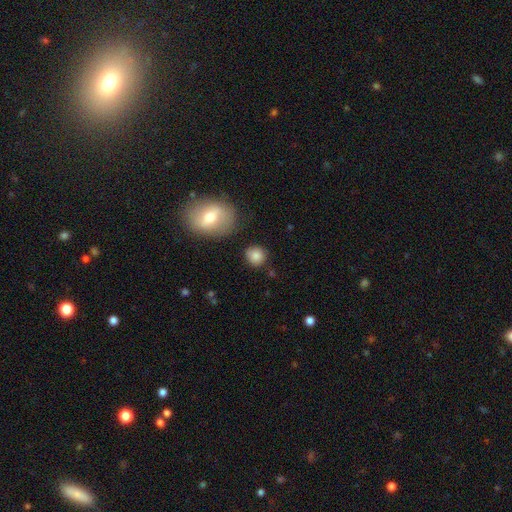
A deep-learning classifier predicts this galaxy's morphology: Smooth or featured? smooth (84%)
How rounded? round (88%)
Merging? none (83%)